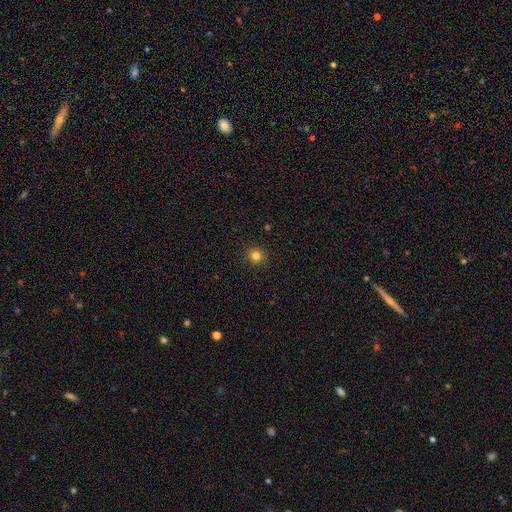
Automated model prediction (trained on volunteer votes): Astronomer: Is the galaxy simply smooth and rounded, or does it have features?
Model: smooth — 82%.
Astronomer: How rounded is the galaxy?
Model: round — 94%.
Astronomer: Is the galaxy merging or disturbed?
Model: none — 92%.